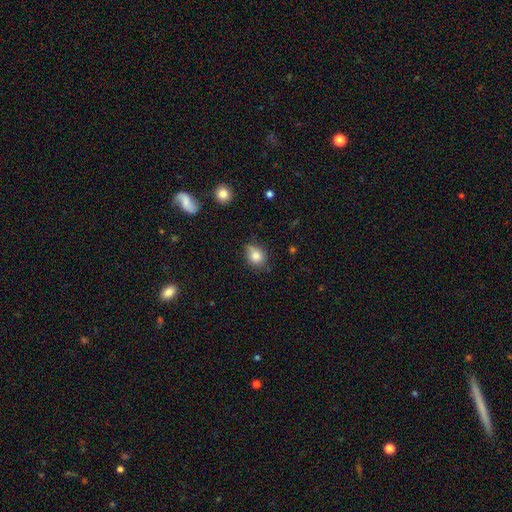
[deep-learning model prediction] This appears to be a smooth galaxy with no disk features (80%) that is round (60%). Merging: none (60%).